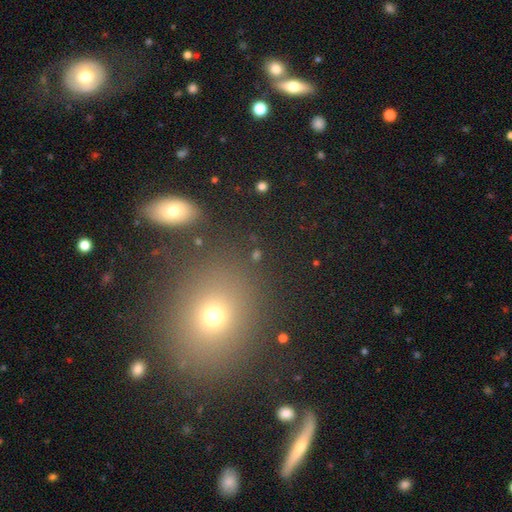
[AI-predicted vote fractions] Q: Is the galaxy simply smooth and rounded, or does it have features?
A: smooth — 55%.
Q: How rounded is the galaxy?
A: round — 63%.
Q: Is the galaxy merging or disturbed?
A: none — 76%.